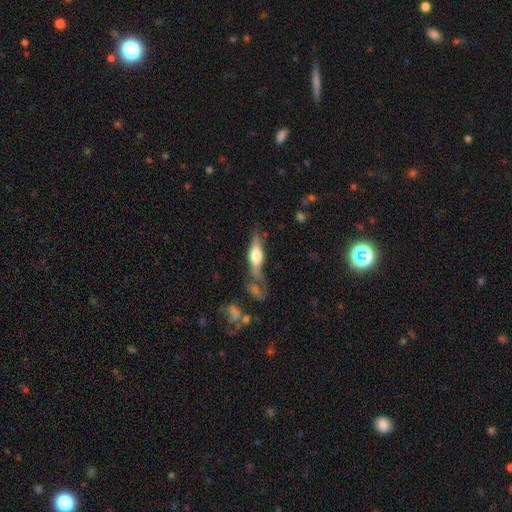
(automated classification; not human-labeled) Smooth or featured? Predicted: featured or disk (p=0.57). Edge-on disk? Predicted: yes (p=0.89). Edge-on bulge? Predicted: rounded (p=0.90). Merging? Predicted: none (p=0.57).